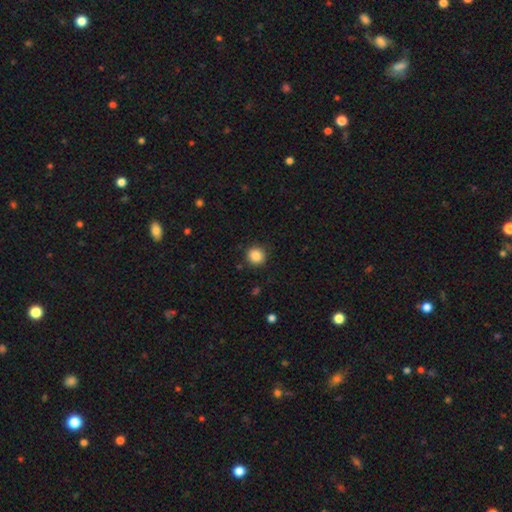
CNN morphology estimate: A smooth galaxy with no disk features (87%) that is round (92%). Merging: none (90%).